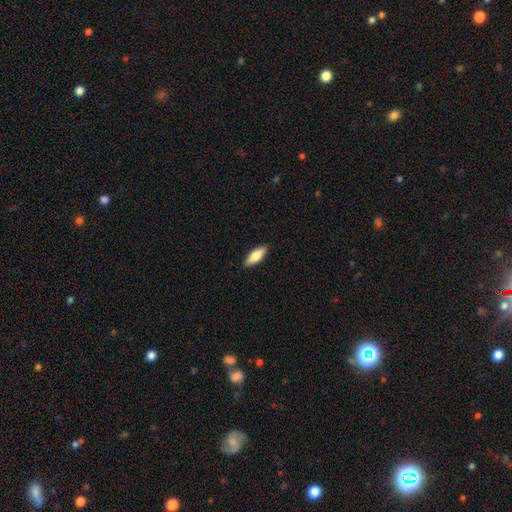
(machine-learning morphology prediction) This is likely a smooth galaxy (73%). How rounded: likely in between (68%). Merging: clearly none (89%).